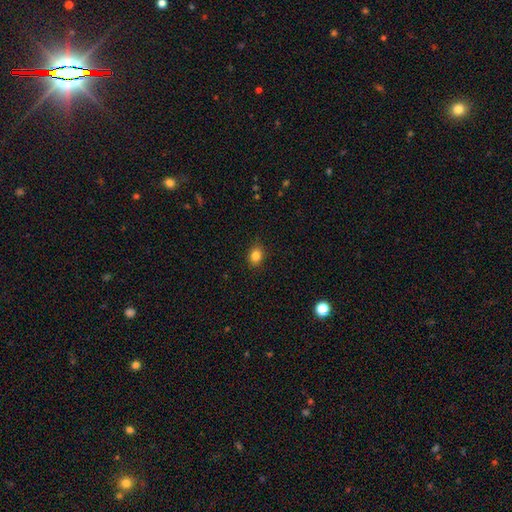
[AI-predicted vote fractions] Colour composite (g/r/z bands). It shows a smooth galaxy with no disk features (84%) that is in between round and cigar-shaped (56%). Merging: none (86%).